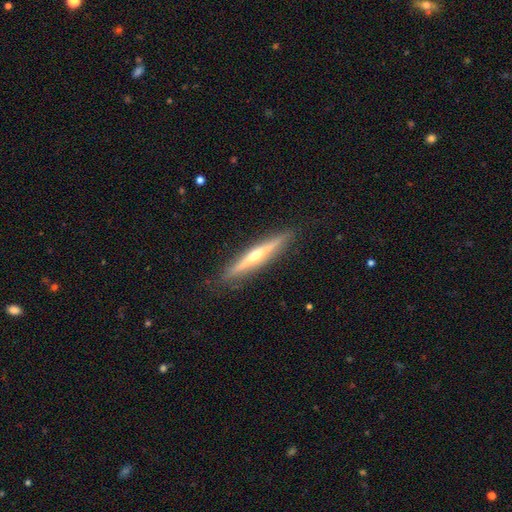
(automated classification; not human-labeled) A featured or disk galaxy (72%) viewed edge-on (97%) with a rounded central bulge (84%). Merging: none (90%).